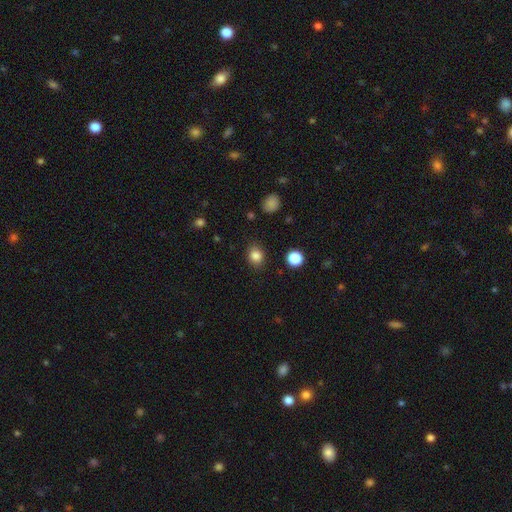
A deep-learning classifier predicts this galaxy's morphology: Overall: smooth (83%). How rounded: round (61%; in between 38%). Merging: none (85%).